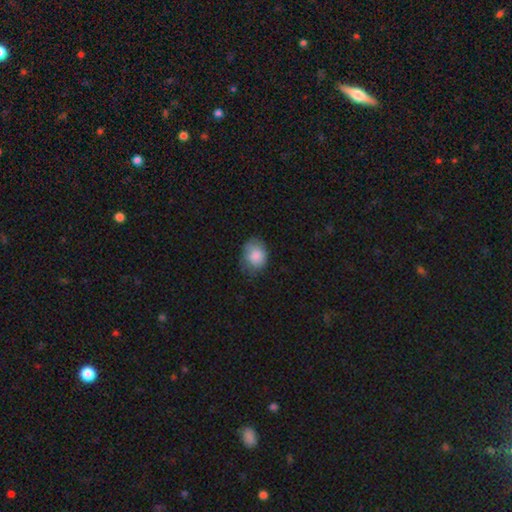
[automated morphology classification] A smooth galaxy with no disk features (84%) that is in between round and cigar-shaped (58%). Merging: none (58%).